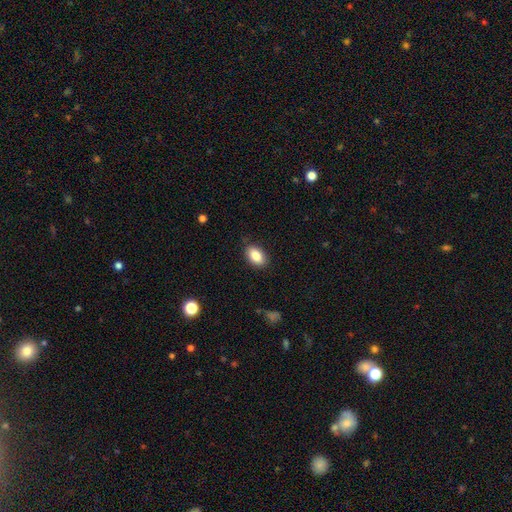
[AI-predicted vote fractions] Smooth or featured? smooth (86%)
How rounded? in between (90%)
Merging? none (84%)